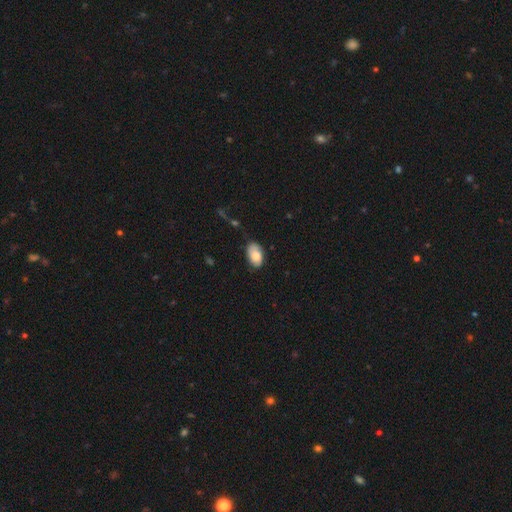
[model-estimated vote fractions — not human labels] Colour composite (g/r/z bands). It shows a smooth galaxy with no disk features (76%) that is in between round and cigar-shaped (91%). Merging: none (70%).